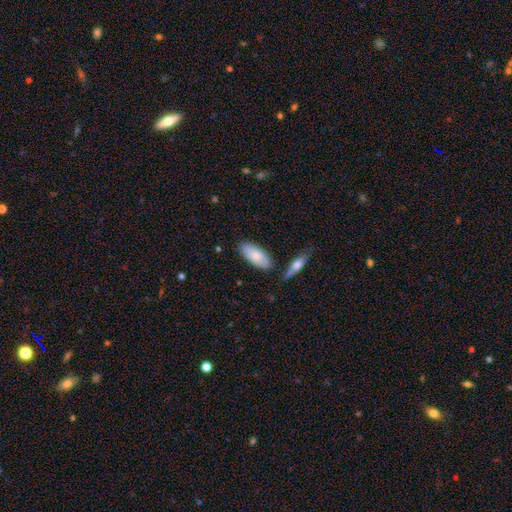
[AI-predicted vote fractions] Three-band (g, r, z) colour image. It shows a smooth galaxy with no disk features (81%) that is in between round and cigar-shaped (85%). Merging: none (76%).